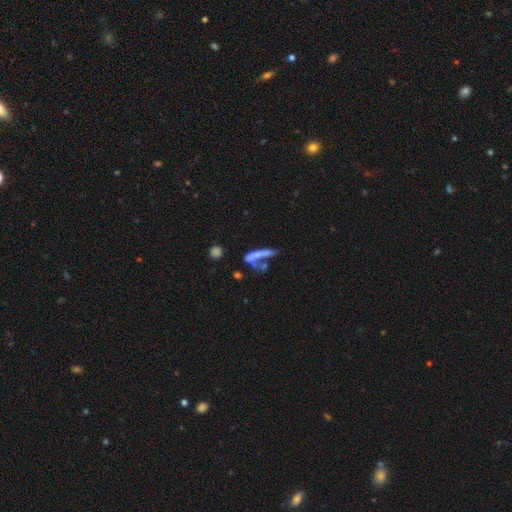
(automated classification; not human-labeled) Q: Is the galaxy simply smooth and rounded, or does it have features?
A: smooth — 53%.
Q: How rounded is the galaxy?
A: cigar-shaped — 69%.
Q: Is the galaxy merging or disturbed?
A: merger — 41%.